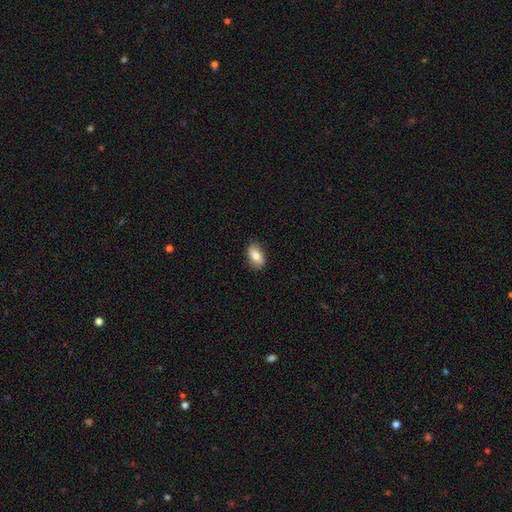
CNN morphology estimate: Smooth or featured?
  - smooth: 82% *
  - featured or disk: 11%
  - star or artifact: 7%
How rounded?
  - in between: 90% *
  - round: 7%
  - cigar-shaped: 3%
Merging?
  - none: 86% *
  - minor disturbance: 11%
  - major disturbance: 2%
  - merger: 1%